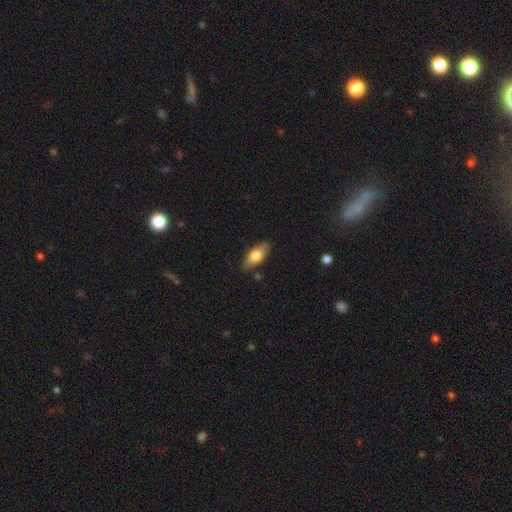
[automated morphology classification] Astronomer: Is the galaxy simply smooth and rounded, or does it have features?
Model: smooth — 70%.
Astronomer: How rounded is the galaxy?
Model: in between — 83%.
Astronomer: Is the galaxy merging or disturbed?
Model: none — 83%.